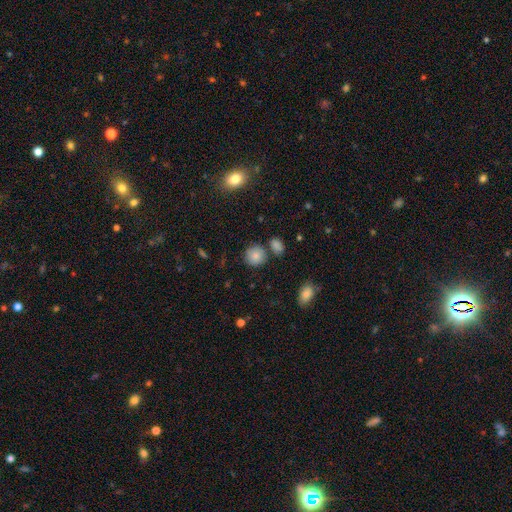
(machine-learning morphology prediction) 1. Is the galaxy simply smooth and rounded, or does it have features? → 84% smooth, 10% star or artifact, 6% featured or disk.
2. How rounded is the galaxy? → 87% round, 11% in between, 1% cigar-shaped.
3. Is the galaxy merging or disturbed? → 76% none, 11% minor disturbance, 10% merger, 3% major disturbance.